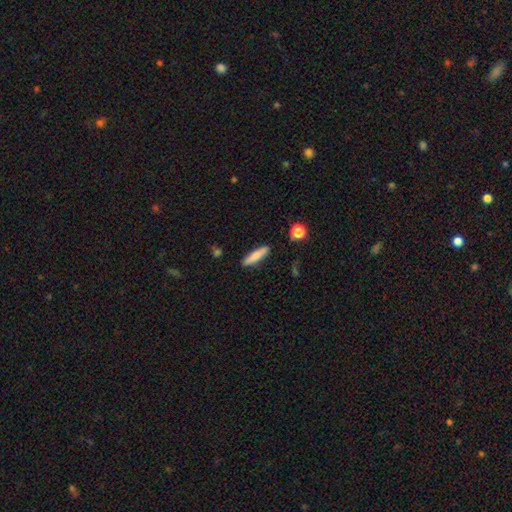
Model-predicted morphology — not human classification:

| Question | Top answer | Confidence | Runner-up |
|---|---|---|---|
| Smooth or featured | smooth | 77% | featured or disk (16%) |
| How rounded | cigar-shaped | 80% | in between (18%) |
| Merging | none | 88% | minor disturbance (8%) |